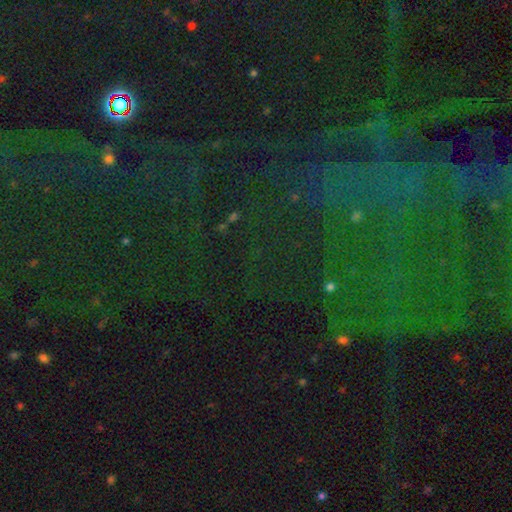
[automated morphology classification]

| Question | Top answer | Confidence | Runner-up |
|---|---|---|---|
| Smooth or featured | star or artifact | 77% | smooth (12%) |